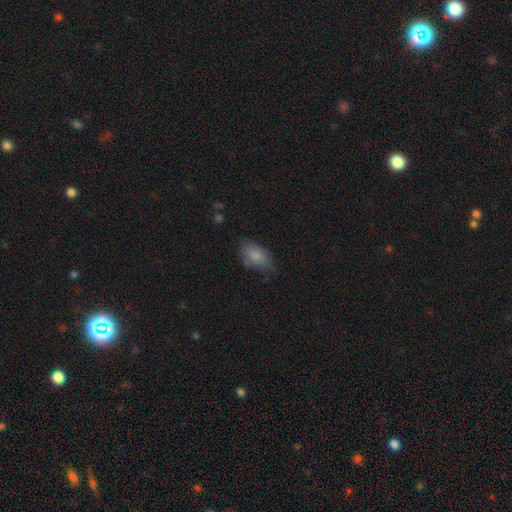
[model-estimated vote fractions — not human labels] Morphology: type=smooth (81%); roundness=in between (91%); merging=none (55%).